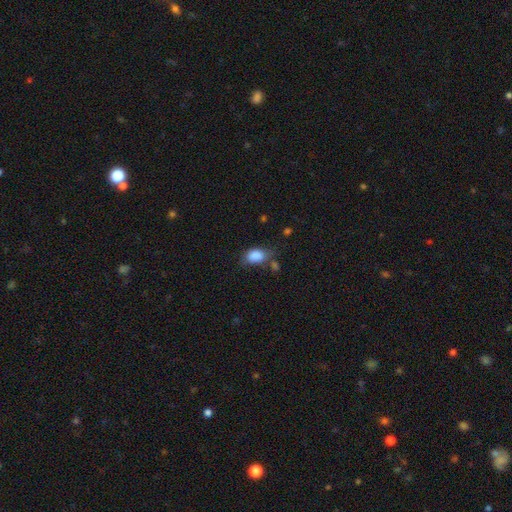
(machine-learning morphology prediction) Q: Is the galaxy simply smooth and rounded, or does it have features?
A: smooth — 86%.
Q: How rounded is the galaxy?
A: in between — 83%.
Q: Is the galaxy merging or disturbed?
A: none — 49%.